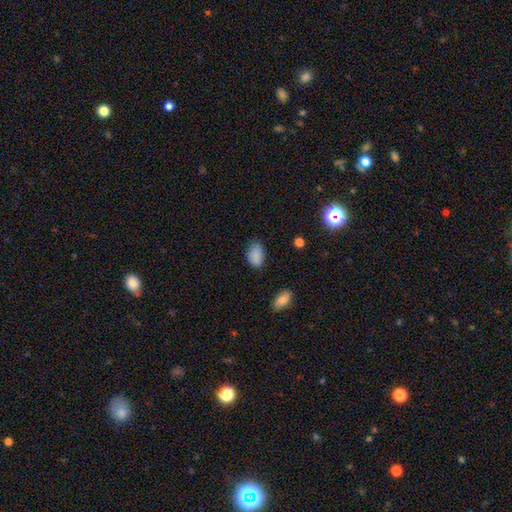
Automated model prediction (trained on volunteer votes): Smooth or featured? Predicted: smooth (p=0.86). How rounded? Predicted: in between (p=0.89). Merging? Predicted: none (p=0.75).